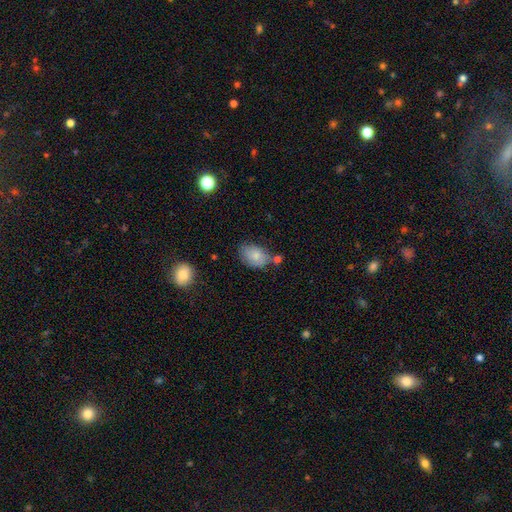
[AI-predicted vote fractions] smooth 79%, featured or disk 14%, star or artifact 8%. Down the decision tree: how rounded — in between (86%); merging — none (57%).